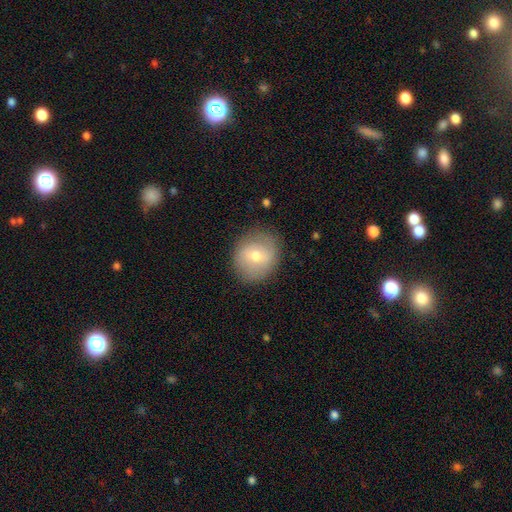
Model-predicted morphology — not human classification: Smooth or featured? smooth (62%)
How rounded? round (79%)
Merging? none (83%)